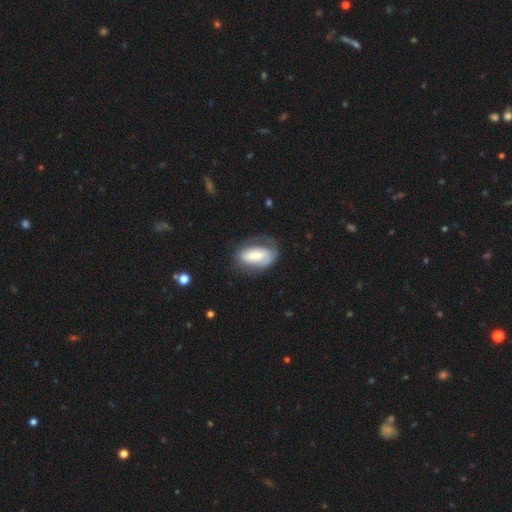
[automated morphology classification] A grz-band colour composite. It shows a smooth galaxy with no disk features (55%) that is in between round and cigar-shaped (91%). Merging: none (58%).